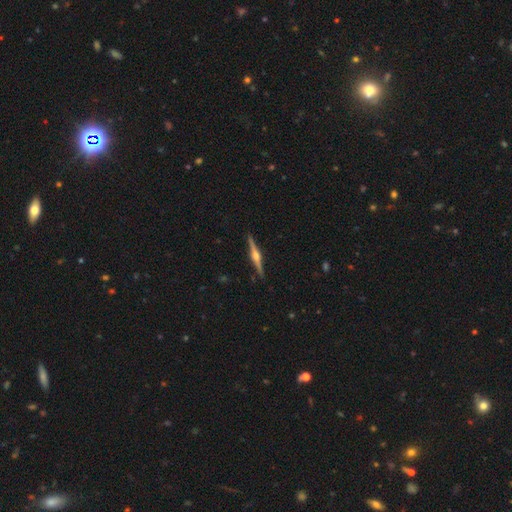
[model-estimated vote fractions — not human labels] Smooth or featured?
  - featured or disk: 84% *
  - smooth: 11%
  - star or artifact: 5%
Edge-on disk?
  - yes: 99% *
  - no: 1%
Edge-on bulge?
  - rounded: 93% *
  - boxy: 5%
  - none: 2%
Merging?
  - none: 92% *
  - minor disturbance: 6%
  - major disturbance: 1%
  - merger: 1%